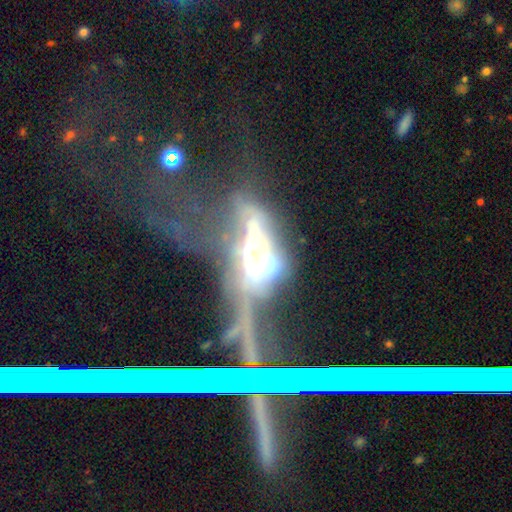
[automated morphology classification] Smooth or featured: featured or disk — 60% (smooth — 23%)
Edge-on disk: no — 53% (yes — 47%)
Merging: major disturbance — 47% (merger — 32%)